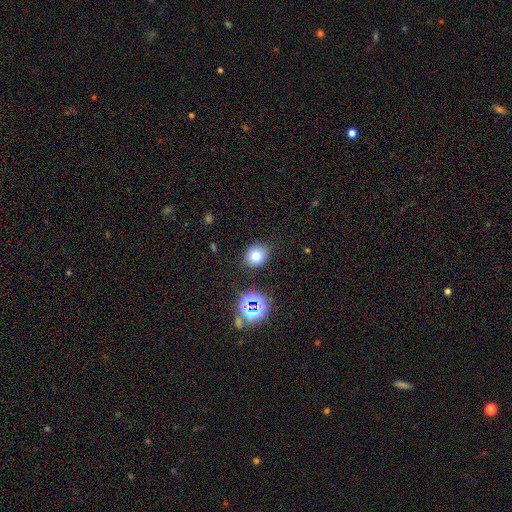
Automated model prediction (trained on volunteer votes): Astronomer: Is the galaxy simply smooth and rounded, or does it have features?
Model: smooth — 74%.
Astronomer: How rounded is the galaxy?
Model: round — 74%.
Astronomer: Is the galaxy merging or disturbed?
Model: none — 85%.